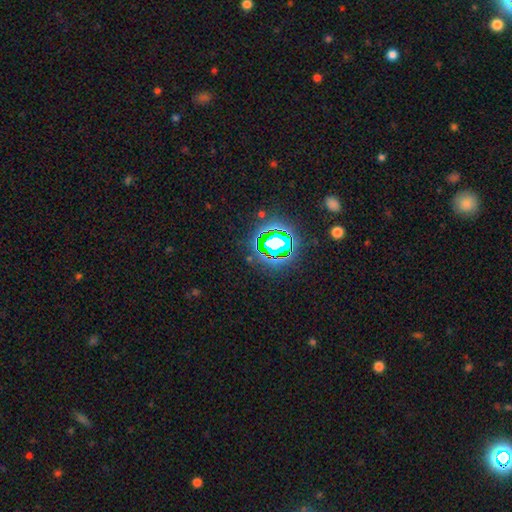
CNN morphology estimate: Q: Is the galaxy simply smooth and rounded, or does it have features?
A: star or artifact — 81%.